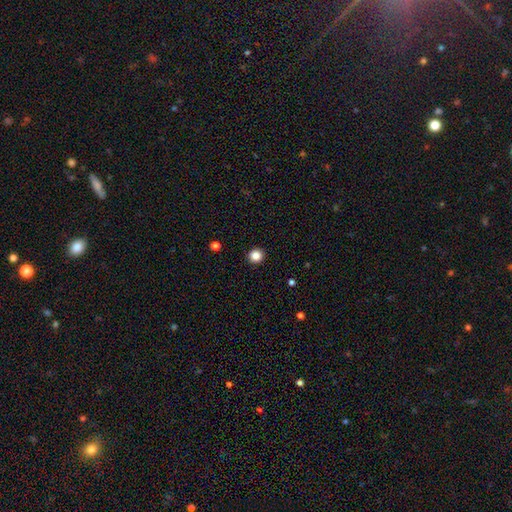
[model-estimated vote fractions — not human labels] Smooth or featured?
  - smooth: 85% *
  - star or artifact: 11%
  - featured or disk: 4%
How rounded?
  - round: 95% *
  - in between: 5%
  - cigar-shaped: 1%
Merging?
  - none: 94% *
  - minor disturbance: 4%
  - major disturbance: 1%
  - merger: 1%